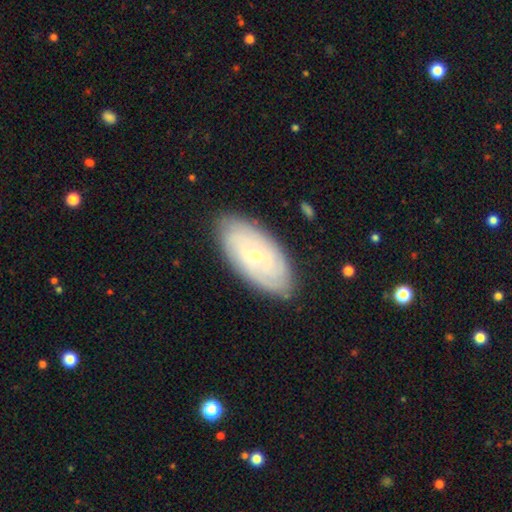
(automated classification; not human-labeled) A featured or disk galaxy (72%) with no bar (56%), tight (76%) spiral arms (87%) and a small central bulge (60%).

Vote fractions:
- Smooth or featured? featured or disk: 72% / smooth: 22% / star or artifact: 6%
- Edge-on disk? no: 92% / yes: 8%
- Bar? no: 56% / weak: 36% / strong: 8%
- Spiral arms? yes: 87% / no: 13%
- Spiral winding? tight: 76% / medium: 19% / loose: 5%
- Spiral arm count? can't tell: 53% / 2: 16% / 3: 11% / 4: 11% / more than 4: 5% / 1: 4%
- Bulge size? small: 60% / moderate: 37% / large: 1% / none: 1% / dominant: 1%
- Merging? none: 84% / minor disturbance: 12% / major disturbance: 2% / merger: 1%